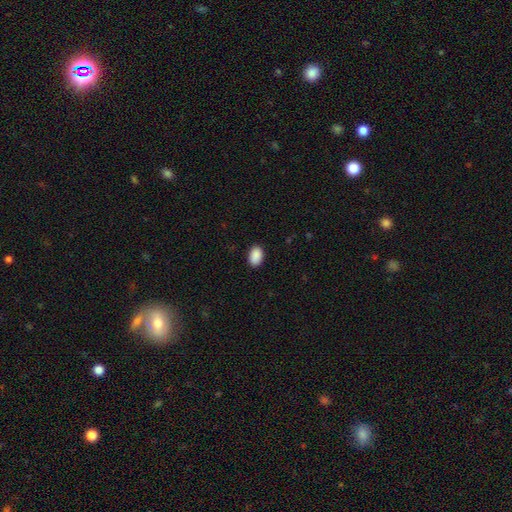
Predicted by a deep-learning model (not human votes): This appears to be a smooth galaxy with no disk features (91%) that is in between round and cigar-shaped (89%). Merging: none (89%).